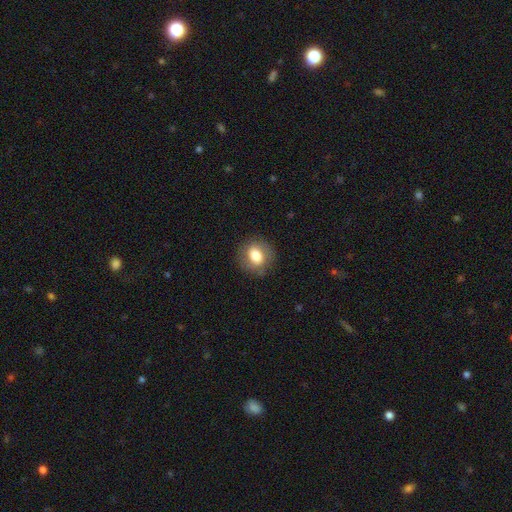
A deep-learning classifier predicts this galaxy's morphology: This appears to be a smooth galaxy with no disk features (73%) that is round (59%). Merging: none (82%).